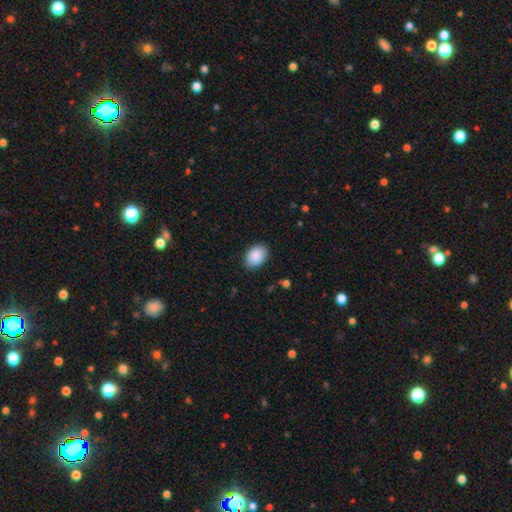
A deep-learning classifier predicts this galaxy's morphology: type=smooth (90%); roundness=in between (83%); merging=none (87%).